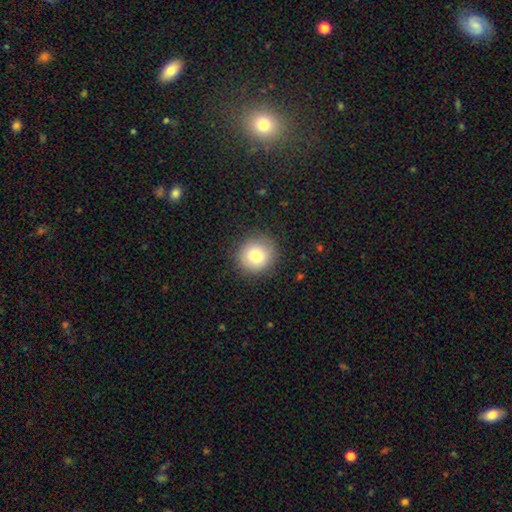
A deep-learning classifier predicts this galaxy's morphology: Smooth or featured: smooth — 80% (featured or disk — 10%)
How rounded: round — 91% (in between — 9%)
Merging: none — 87% (minor disturbance — 9%)